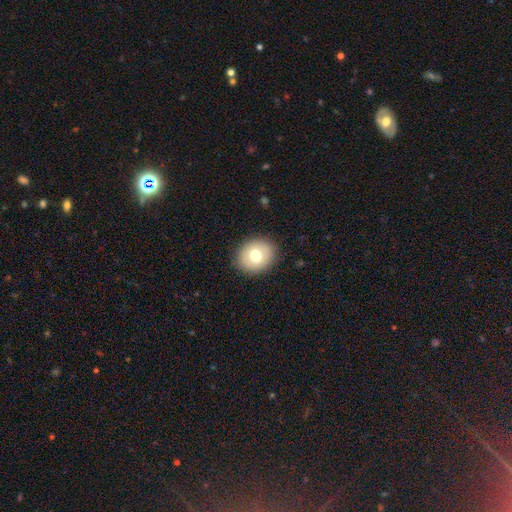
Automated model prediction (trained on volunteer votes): Smooth or featured: smooth — 71% (featured or disk — 20%)
How rounded: round — 64% (in between — 35%)
Merging: none — 88% (minor disturbance — 9%)